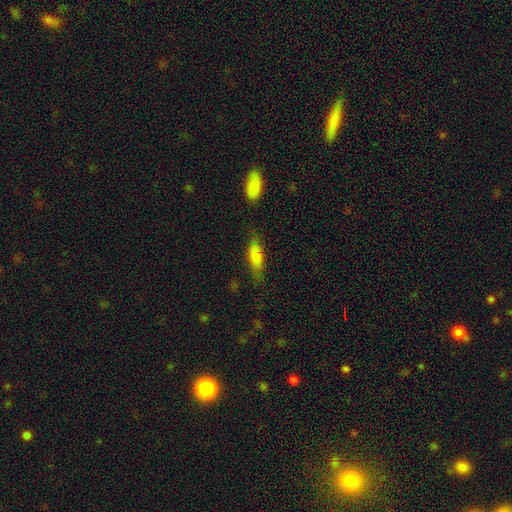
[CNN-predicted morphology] Smooth or featured?
  - smooth: 78% *
  - featured or disk: 14%
  - star or artifact: 8%
How rounded?
  - in between: 57% *
  - cigar-shaped: 40%
  - round: 2%
Merging?
  - none: 62% *
  - minor disturbance: 26%
  - major disturbance: 9%
  - merger: 3%